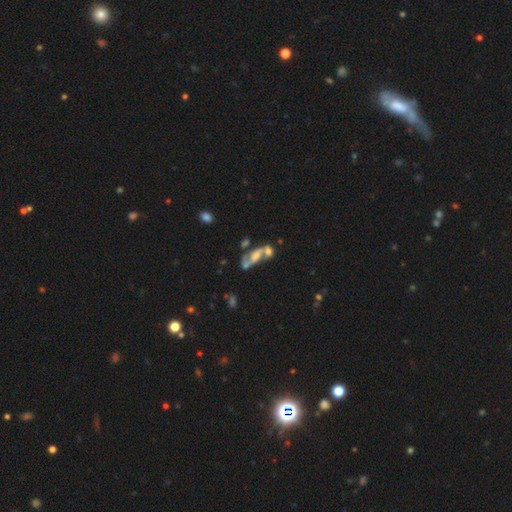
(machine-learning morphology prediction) Q: Smooth or featured?
A: featured or disk (64%); runner-up: smooth (25%)
Q: Edge-on disk?
A: no (91%); runner-up: yes (9%)
Q: Bar?
A: no (60%); runner-up: weak (26%)
Q: Spiral arms?
A: yes (64%); runner-up: no (36%)
Q: Bulge size?
A: moderate (30%); tied with: none (30%)
Q: Merging?
A: merger (46%); runner-up: none (26%)